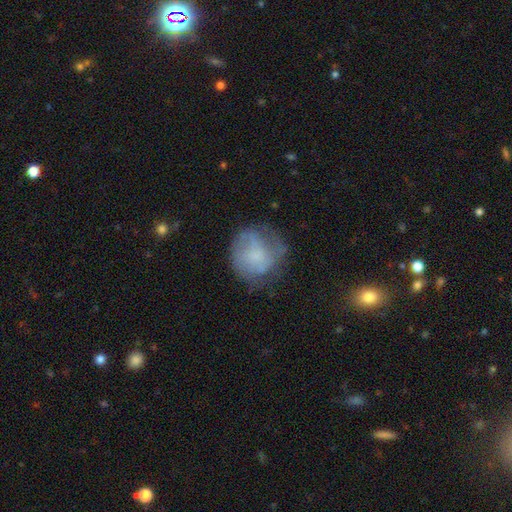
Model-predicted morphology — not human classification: Overall: smooth (52%; featured or disk 38%). How rounded: round (81%). Merging: none (54%; minor disturbance 25%).